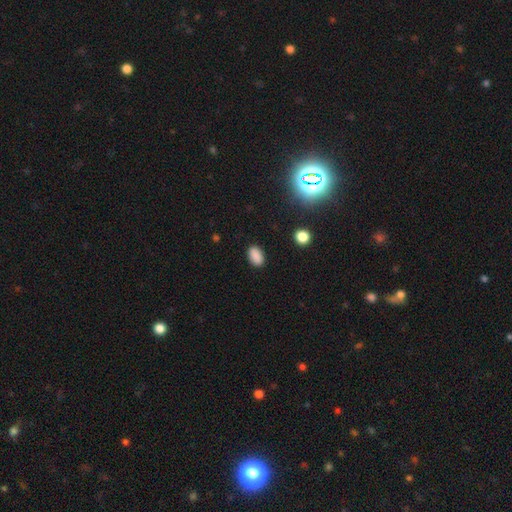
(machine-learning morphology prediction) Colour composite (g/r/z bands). It shows a smooth galaxy with no disk features (87%) that is in between round and cigar-shaped (89%). Merging: none (87%).